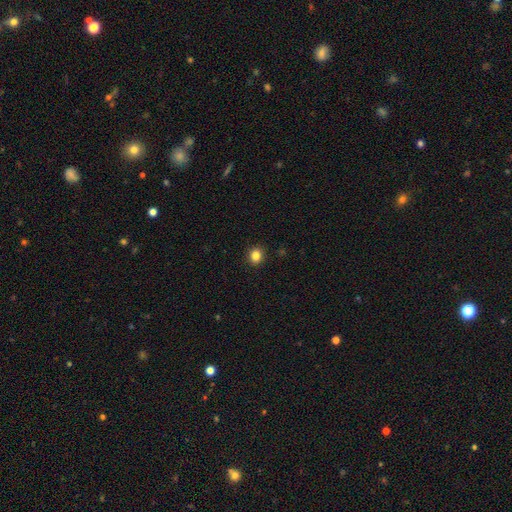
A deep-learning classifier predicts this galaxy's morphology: This appears to be a smooth galaxy with no disk features (85%) that is round (72%). Merging: none (92%).